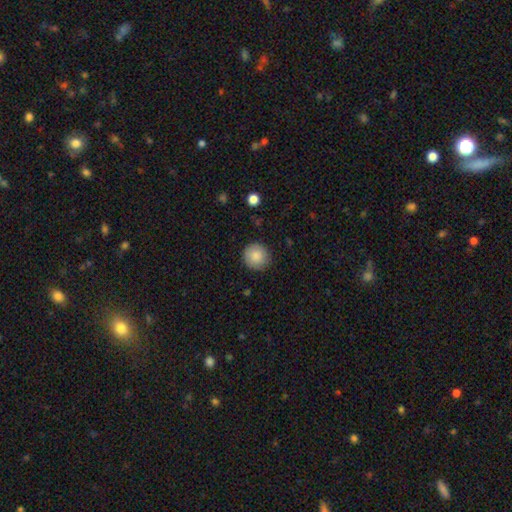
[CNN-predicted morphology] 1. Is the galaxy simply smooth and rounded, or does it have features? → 87% smooth, 8% star or artifact, 5% featured or disk.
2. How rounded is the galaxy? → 95% round, 4% in between, 1% cigar-shaped.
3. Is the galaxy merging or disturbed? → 89% none, 8% minor disturbance, 2% major disturbance, 1% merger.